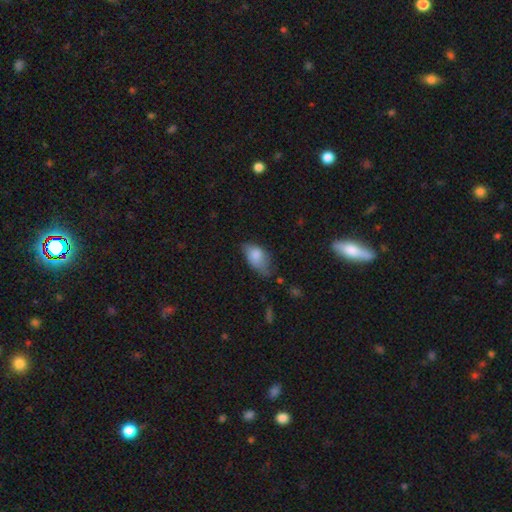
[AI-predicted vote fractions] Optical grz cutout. It shows a smooth galaxy with no disk features (78%) that is in between round and cigar-shaped (90%). Merging: minor disturbance (44%).